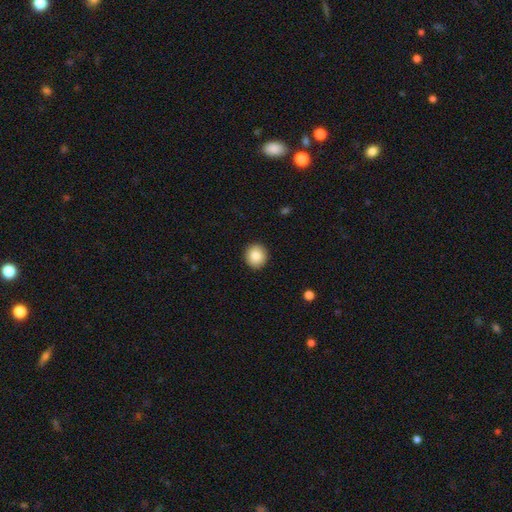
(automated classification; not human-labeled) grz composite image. It shows a smooth galaxy with no disk features (87%) that is round (91%). Merging: none (92%).